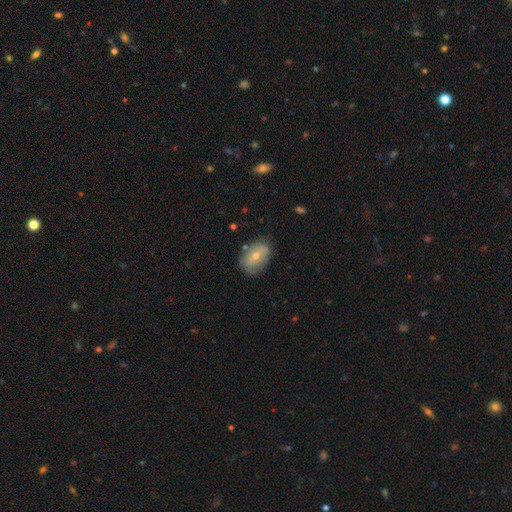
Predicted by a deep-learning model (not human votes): Smooth or featured: smooth — 55% (featured or disk — 37%)
How rounded: in between — 83% (round — 16%)
Merging: none — 68% (minor disturbance — 23%)